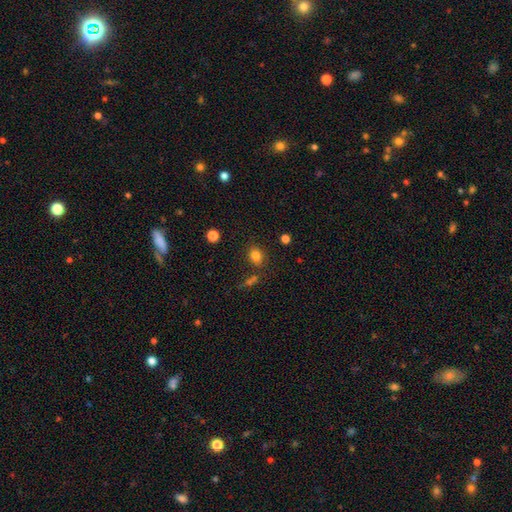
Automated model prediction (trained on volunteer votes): The model was most divided on "how rounded": round: 57%, in between: 41%, cigar-shaped: 1%. More confident: smooth or featured — smooth (82%); merging — none (78%).